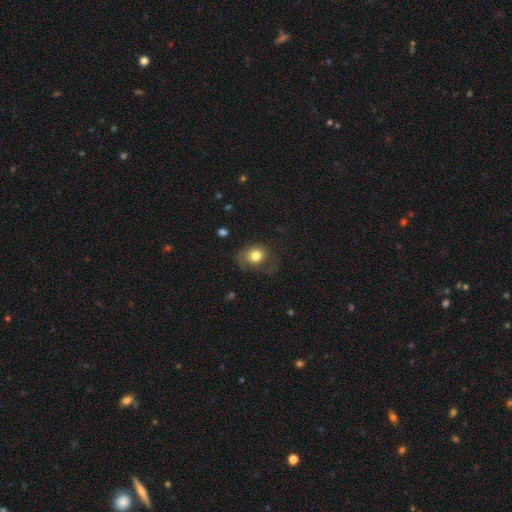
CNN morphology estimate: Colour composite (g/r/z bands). It shows a smooth galaxy with no disk features (78%) that is round (62%). Merging: none (52%).